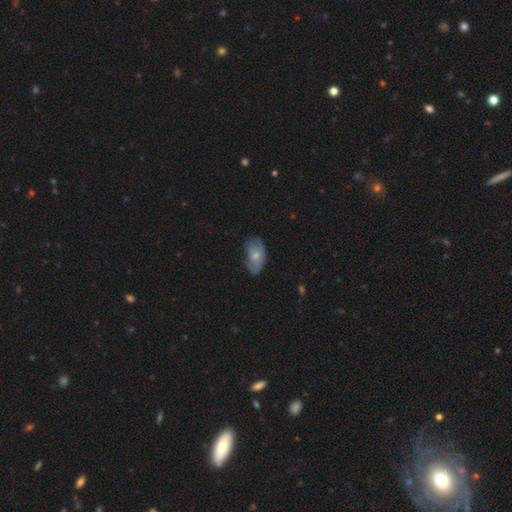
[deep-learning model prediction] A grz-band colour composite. It shows a smooth galaxy with no disk features (66%) that is in between round and cigar-shaped (92%). Merging: none (50%).